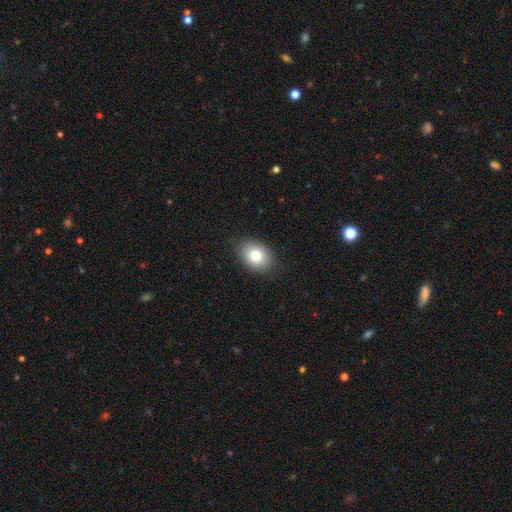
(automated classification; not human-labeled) Morphology: type=smooth (79%); roundness=in between (70%); merging=none (87%).